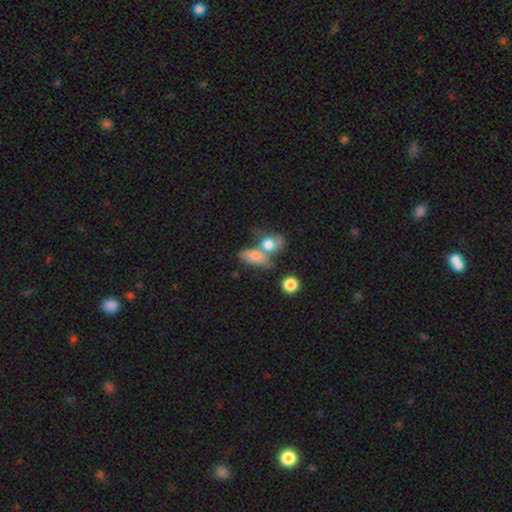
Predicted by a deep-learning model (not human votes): Overall: smooth (71%). How rounded: in between (75%). Merging: merger (54%; none 27%).